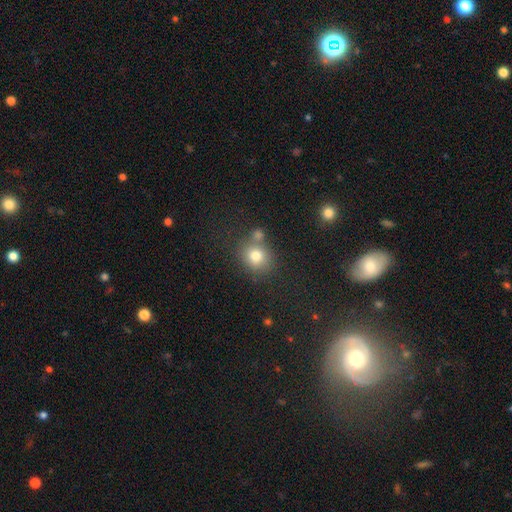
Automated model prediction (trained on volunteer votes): Smooth or featured? smooth (77%)
How rounded? round (78%)
Merging? none (61%)